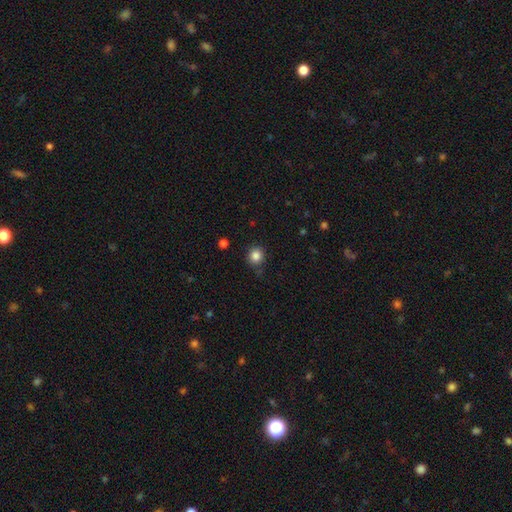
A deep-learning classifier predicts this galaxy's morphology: Smooth or featured? Predicted: smooth (p=0.85). How rounded? Predicted: round (p=0.88). Merging? Predicted: none (p=0.83).